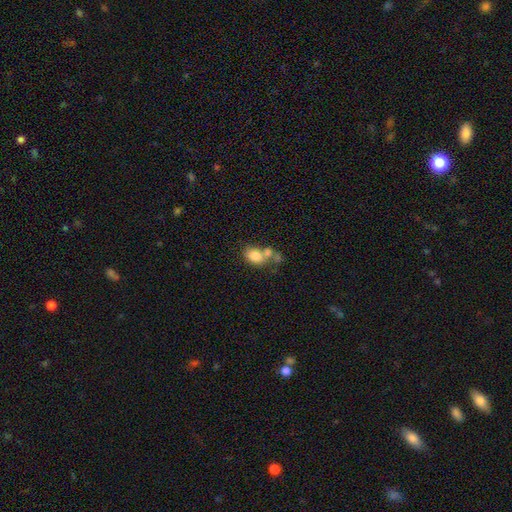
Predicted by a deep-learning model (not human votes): smooth 78%, featured or disk 13%, star or artifact 9%. Down the decision tree: how rounded — in between (73%); merging — merger (48%).